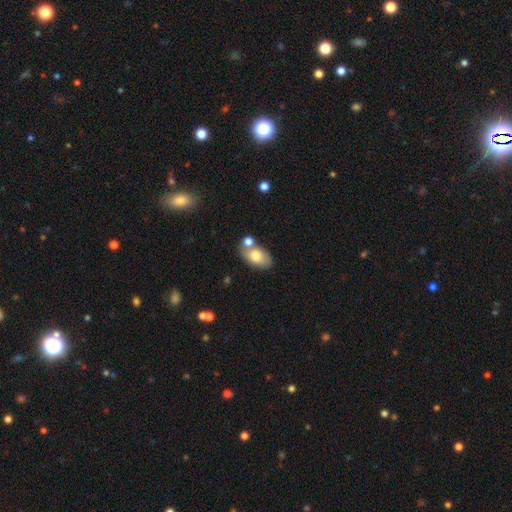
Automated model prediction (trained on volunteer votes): Smooth or featured? smooth (75%)
How rounded? in between (90%)
Merging? none (59%)